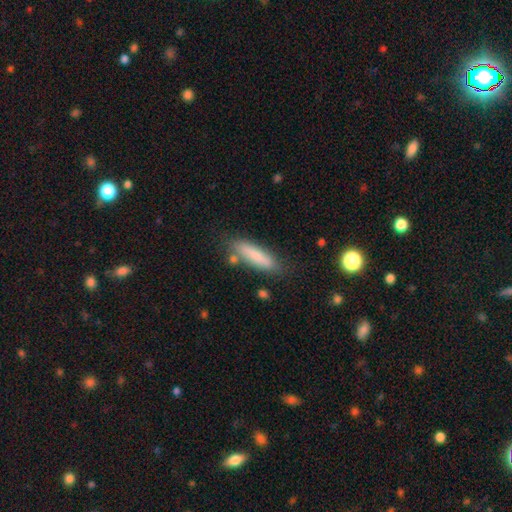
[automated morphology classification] Smooth or featured?
  - smooth: 80% *
  - featured or disk: 13%
  - star or artifact: 7%
How rounded?
  - cigar-shaped: 74% *
  - in between: 24%
  - round: 2%
Merging?
  - none: 76% *
  - minor disturbance: 15%
  - merger: 5%
  - major disturbance: 4%